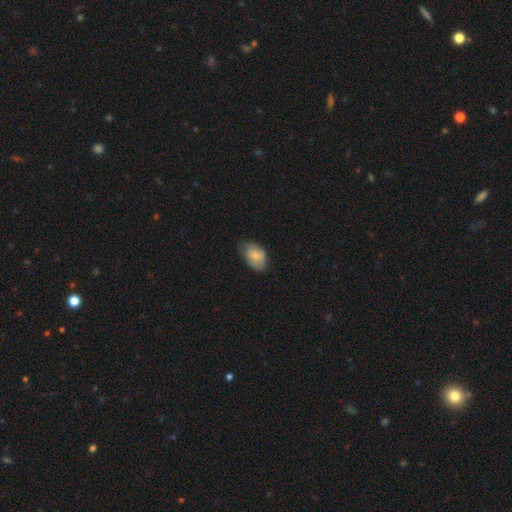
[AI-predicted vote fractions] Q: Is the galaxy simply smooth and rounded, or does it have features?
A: smooth — 74%.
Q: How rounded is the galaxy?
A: in between — 90%.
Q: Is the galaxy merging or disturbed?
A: none — 63%.